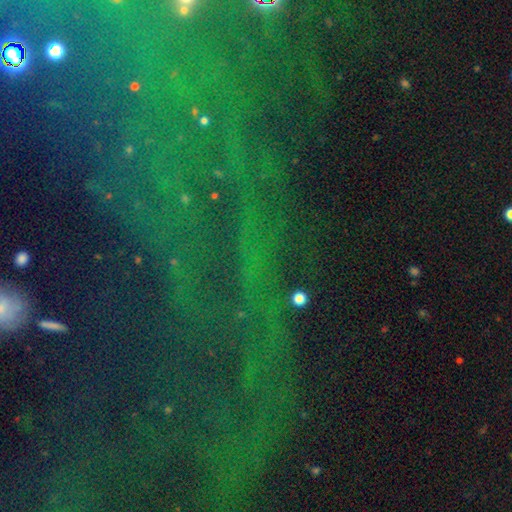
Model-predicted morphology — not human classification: Smooth or featured?
  - star or artifact: 81% *
  - featured or disk: 10%
  - smooth: 9%